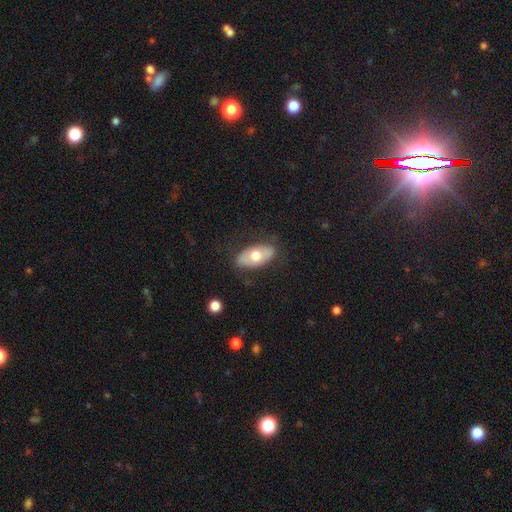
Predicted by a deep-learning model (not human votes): smooth-or-featured: smooth: 60% | featured or disk: 34% | star or artifact: 6%
  how-rounded: in between: 92% | round: 5% | cigar-shaped: 4%
  merging: none: 80% | minor disturbance: 15% | major disturbance: 4% | merger: 1%